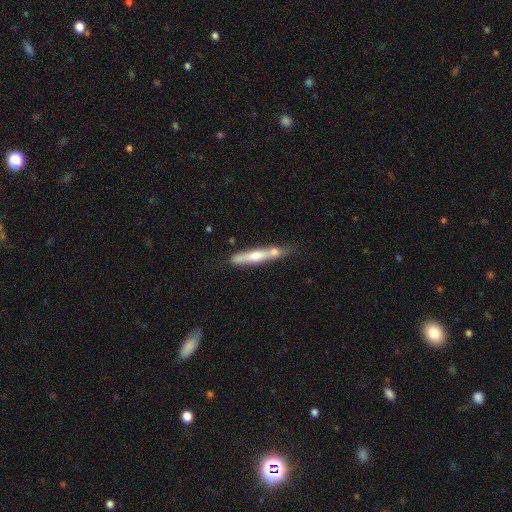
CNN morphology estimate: A featured or disk galaxy (50%) viewed edge-on (87%). Merging: none (52%).